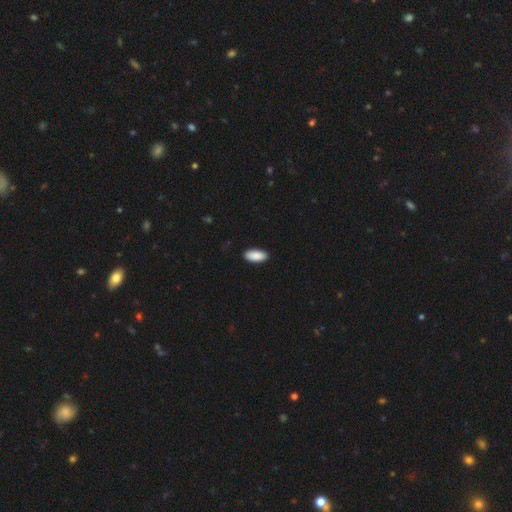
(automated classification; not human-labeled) Smooth or featured? smooth (90%)
How rounded? in between (88%)
Merging? none (90%)